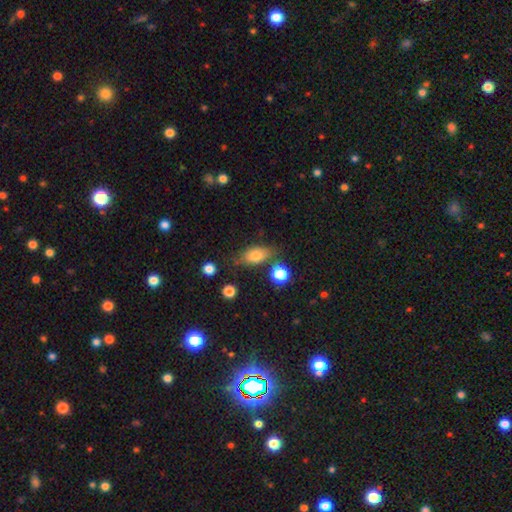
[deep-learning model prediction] The model was most divided on "merging": none: 68%, minor disturbance: 18%, merger: 8%, major disturbance: 6%. More confident: how rounded — in between (83%); smooth or featured — smooth (77%).